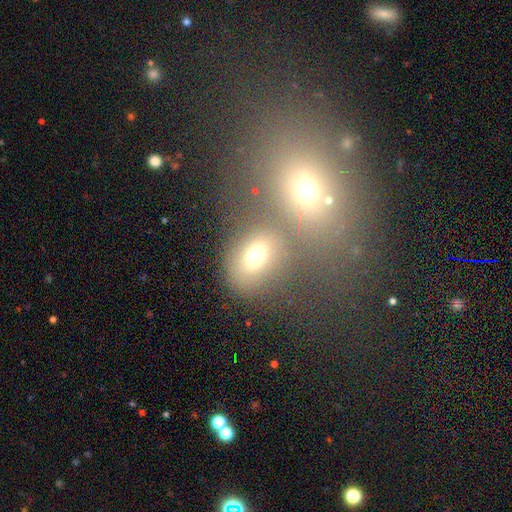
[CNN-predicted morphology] A smooth galaxy with no disk features (70%) that is in between round and cigar-shaped (66%). Merging: none (58%).